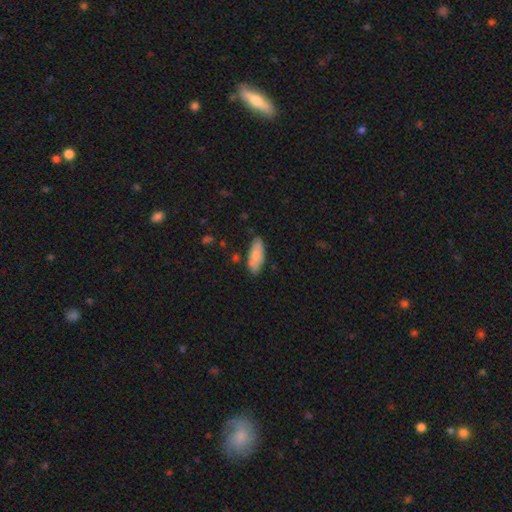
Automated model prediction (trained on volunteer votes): Smooth or featured: smooth — 80% (featured or disk — 14%)
How rounded: in between — 78% (cigar-shaped — 20%)
Merging: none — 78% (minor disturbance — 17%)